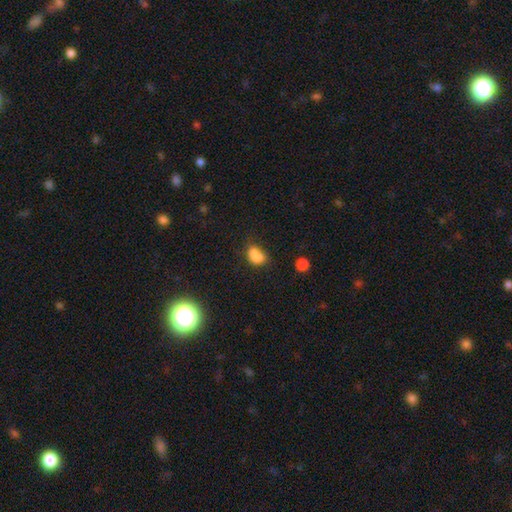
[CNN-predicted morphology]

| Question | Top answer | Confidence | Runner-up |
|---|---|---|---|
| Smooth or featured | smooth | 78% | star or artifact (12%) |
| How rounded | in between | 78% | round (20%) |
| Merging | none | 36% | minor disturbance (28%) |